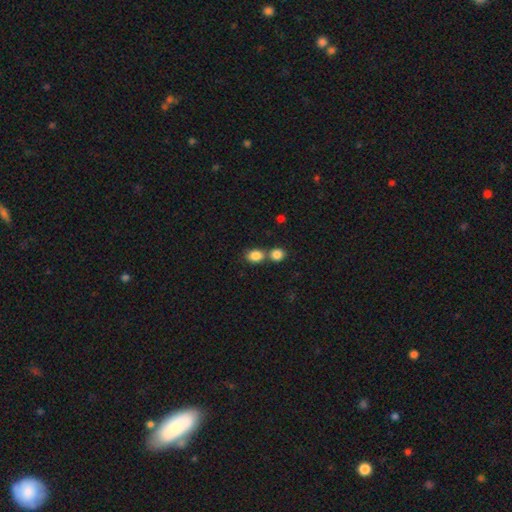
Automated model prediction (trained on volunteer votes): A smooth galaxy with no disk features (85%) that is in between round and cigar-shaped (57%). Merging: none (45%).